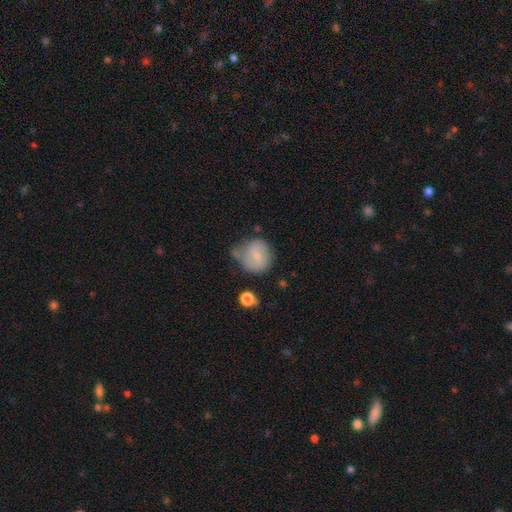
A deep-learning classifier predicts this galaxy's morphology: Smooth or featured? Predicted: smooth (p=0.66). How rounded? Predicted: round (p=0.79). Merging? Predicted: none (p=0.41).